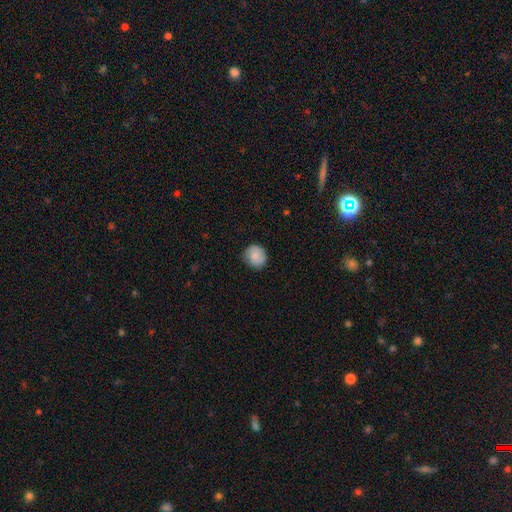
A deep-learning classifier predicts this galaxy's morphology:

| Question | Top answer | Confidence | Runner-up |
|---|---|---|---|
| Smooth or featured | smooth | 78% | featured or disk (15%) |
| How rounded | round | 86% | in between (13%) |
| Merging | none | 77% | minor disturbance (18%) |